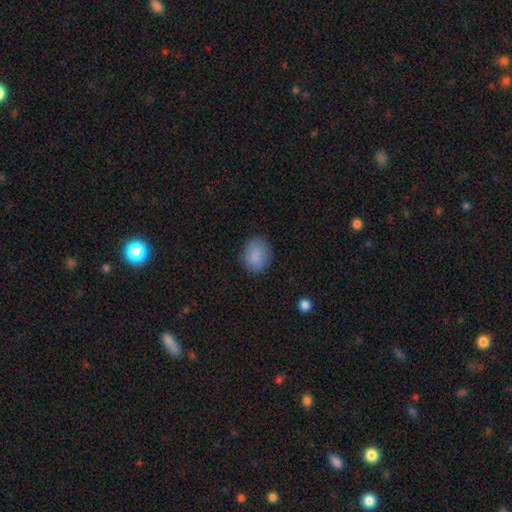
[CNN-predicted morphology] Smooth or featured? smooth (86%)
How rounded? round (52%)
Merging? none (81%)